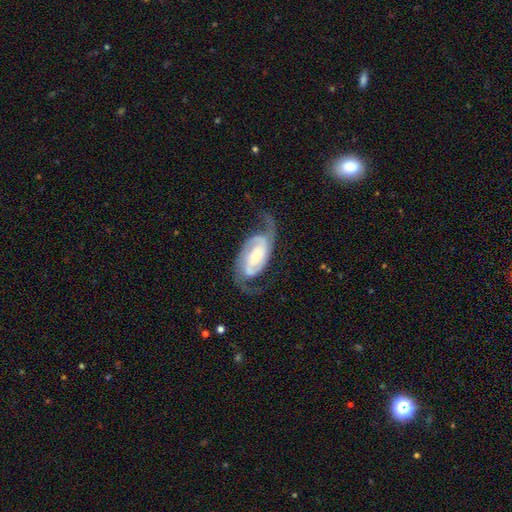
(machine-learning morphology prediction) This is clearly a featured or disk galaxy (89%). It is clearly not viewed edge-on (96%). Bar: marginally weak (39%). Spiral arm pattern: clearly yes (98%). Spiral arm count: clearly 2 (88%). Spiral winding: possibly medium (47%). Central bulge: marginally small (45%). Merging: likely none (68%).